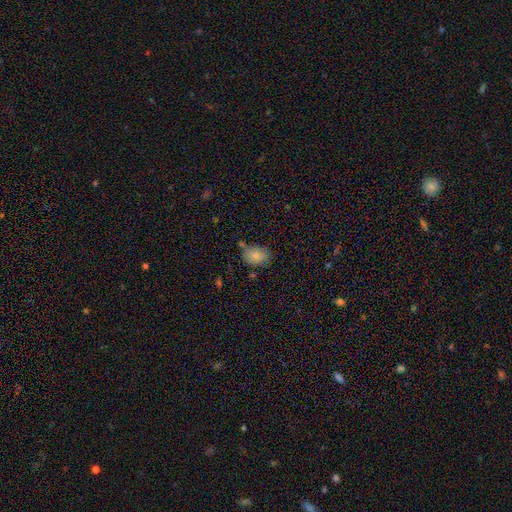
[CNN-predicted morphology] type=smooth (84%); roundness=in between (78%); merging=none (65%).